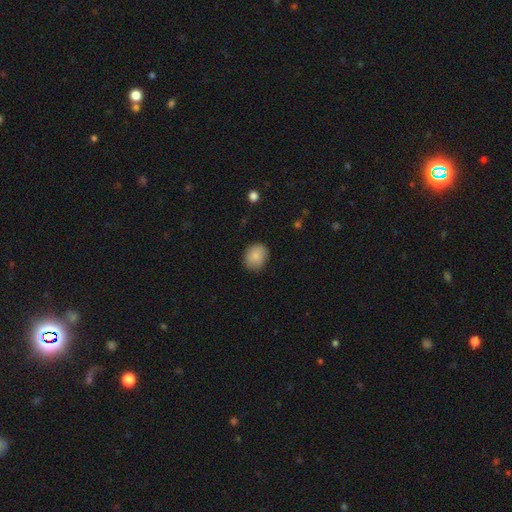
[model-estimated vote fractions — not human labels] The model was most divided on "how rounded": round: 62%, in between: 38%, cigar-shaped: 1%. More confident: smooth or featured — smooth (87%); merging — none (81%).